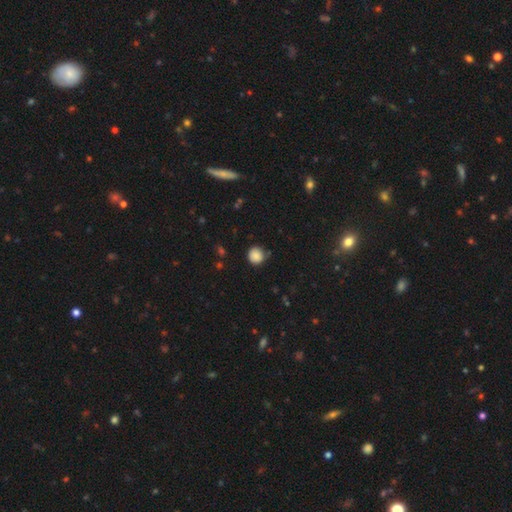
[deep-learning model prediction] Smooth or featured? Predicted: smooth (p=0.86). How rounded? Predicted: round (p=0.91). Merging? Predicted: none (p=0.82).